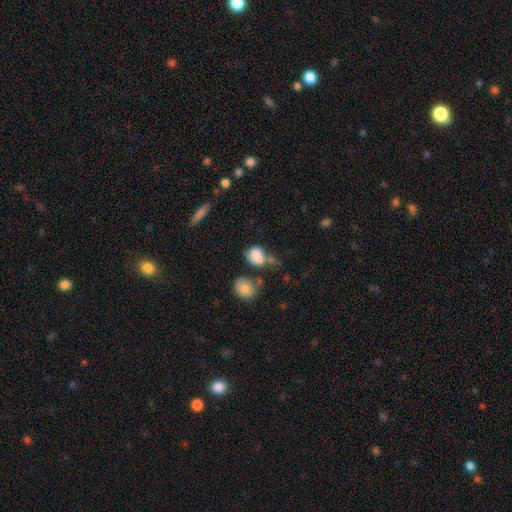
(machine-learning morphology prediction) smooth_or_featured: smooth (p=0.83) [alt: star or artifact p=0.09]
how_rounded: in between (p=0.52) [alt: round p=0.46]
merging: none (p=0.39) [alt: merger p=0.27]